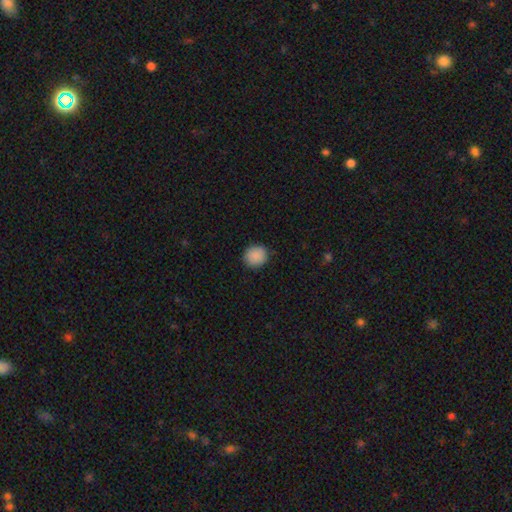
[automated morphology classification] A smooth galaxy with no disk features (89%) that is round (84%). Merging: none (88%).